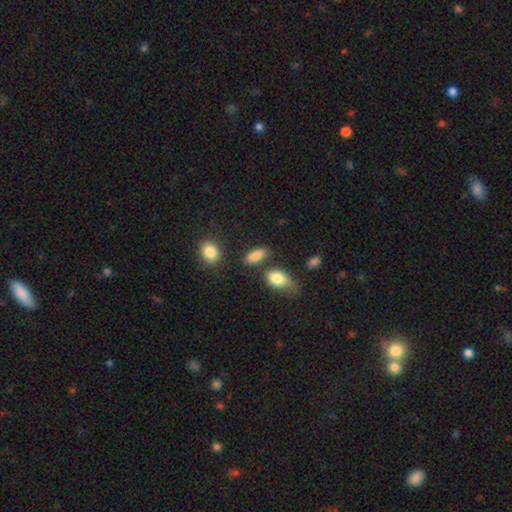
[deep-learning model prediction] Overall: smooth (86%). How rounded: in between (81%). Merging: none (74%).